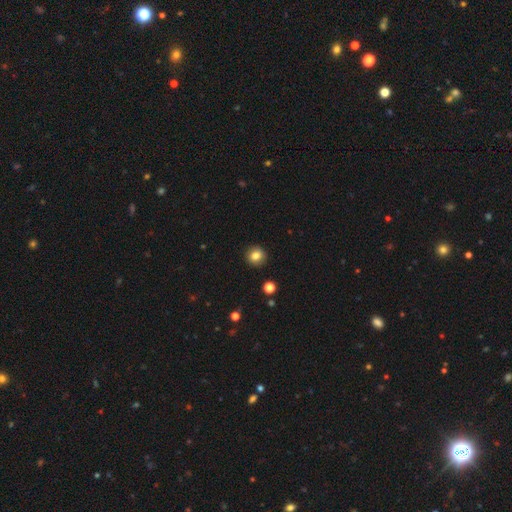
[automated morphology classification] Smooth or featured? smooth (84%)
How rounded? round (90%)
Merging? none (92%)